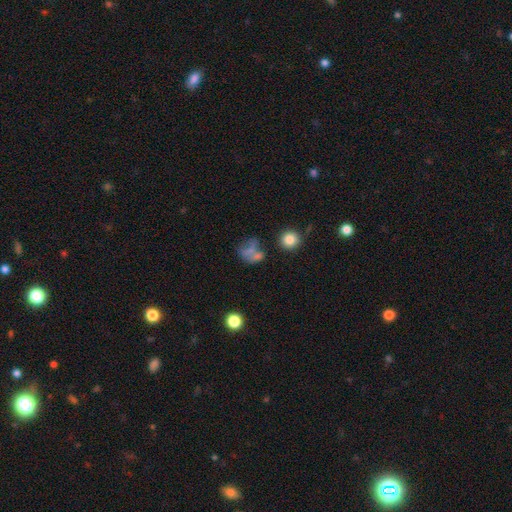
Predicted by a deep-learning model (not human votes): smooth 53%, featured or disk 26%, star or artifact 21%. Down the decision tree: how rounded — round (59%); merging — none (39%).